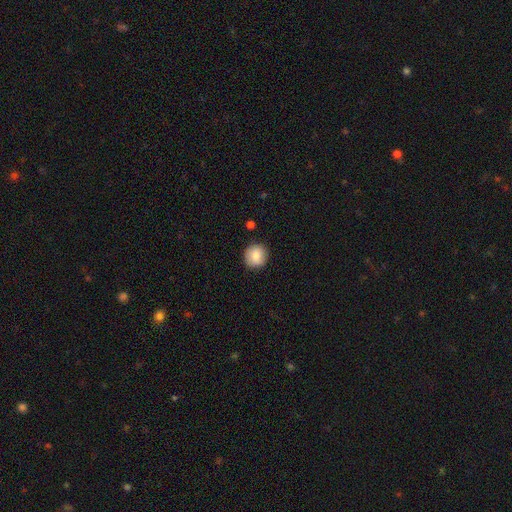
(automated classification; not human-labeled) smooth-or-featured: smooth: 84% | featured or disk: 8% | star or artifact: 8%
  how-rounded: round: 93% | in between: 6% | cigar-shaped: 1%
  merging: none: 89% | minor disturbance: 8% | major disturbance: 2% | merger: 1%